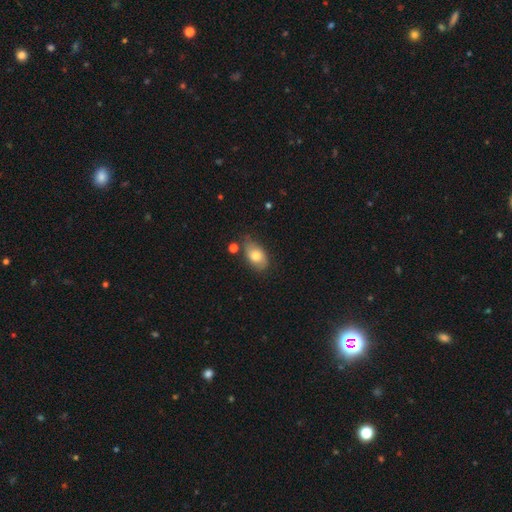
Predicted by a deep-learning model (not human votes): Morphology: type=smooth (73%); roundness=in between (89%); merging=none (66%).